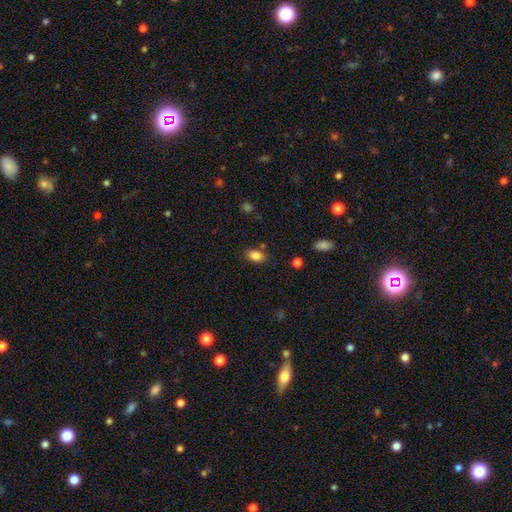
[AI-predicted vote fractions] This is clearly a smooth galaxy (85%). How rounded: clearly in between (84%). Merging: likely none (78%).